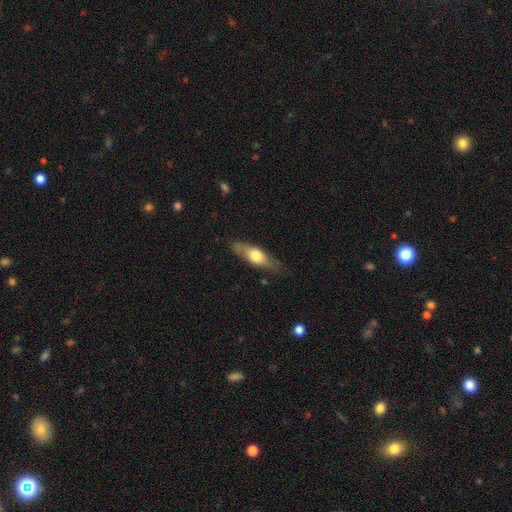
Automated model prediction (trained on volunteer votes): A smooth galaxy with no disk features (57%) that is in between round and cigar-shaped (51%). Merging: none (77%).